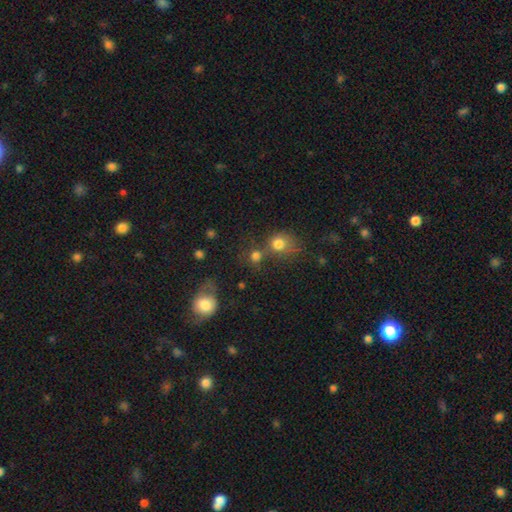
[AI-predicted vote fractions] smooth-or-featured: smooth: 76% | star or artifact: 16% | featured or disk: 8%
  how-rounded: round: 84% | in between: 15% | cigar-shaped: 1%
  merging: none: 49% | merger: 35% | minor disturbance: 10% | major disturbance: 6%